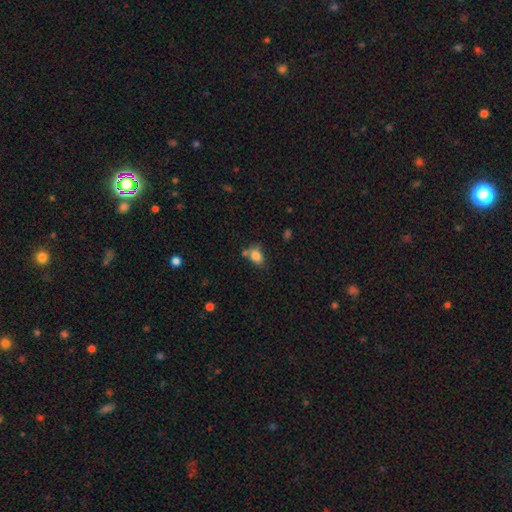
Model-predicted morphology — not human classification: smooth 81%, star or artifact 10%, featured or disk 9%. Down the decision tree: how rounded — in between (70%); merging — none (54%).